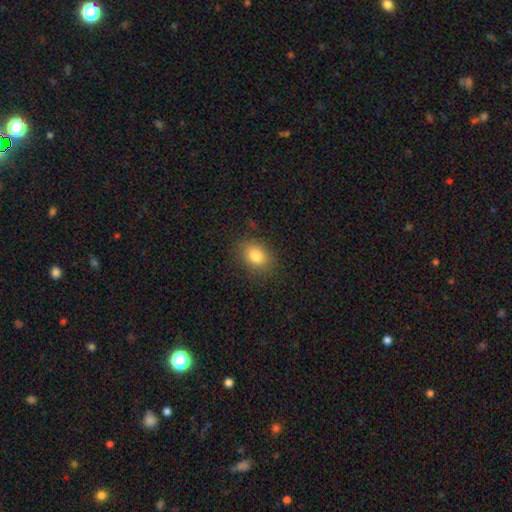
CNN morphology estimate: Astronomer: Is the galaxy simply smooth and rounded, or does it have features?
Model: smooth — 82%.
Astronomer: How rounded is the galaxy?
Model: in between — 59% (runner-up: round, 40%).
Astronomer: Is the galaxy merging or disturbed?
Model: none — 83%.